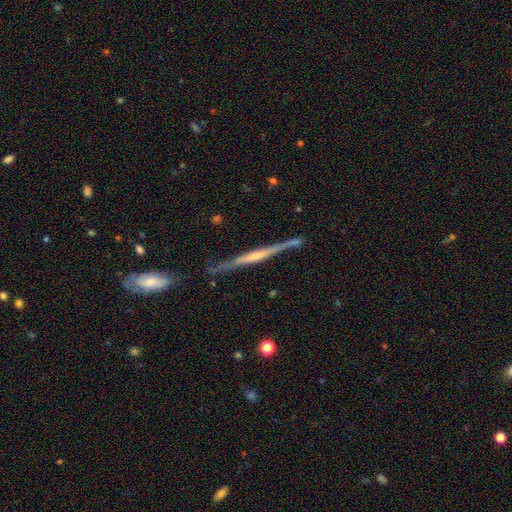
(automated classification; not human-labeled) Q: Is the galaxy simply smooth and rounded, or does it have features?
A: featured or disk — 73%.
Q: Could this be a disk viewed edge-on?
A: yes — 96%.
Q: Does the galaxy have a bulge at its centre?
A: none — 45%.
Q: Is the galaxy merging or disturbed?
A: none — 76%.